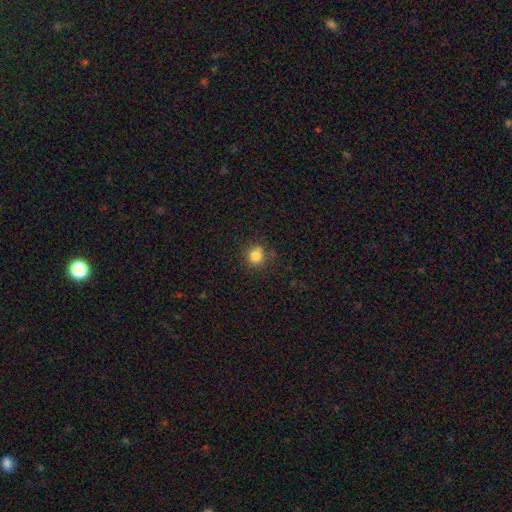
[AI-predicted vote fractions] smooth 81%, star or artifact 13%, featured or disk 6%. Down the decision tree: how rounded — round (86%); merging — none (74%).